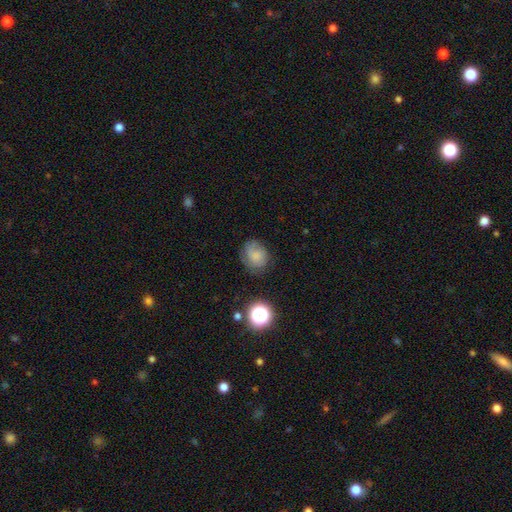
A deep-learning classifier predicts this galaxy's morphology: The model was most divided on "how rounded": round: 61%, in between: 38%, cigar-shaped: 1%. More confident: smooth or featured — smooth (69%); merging — none (65%).